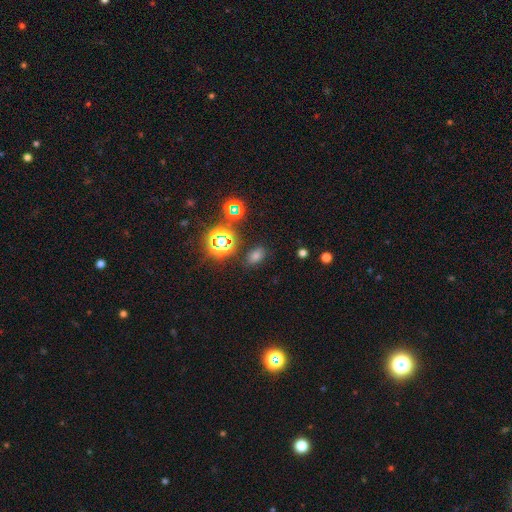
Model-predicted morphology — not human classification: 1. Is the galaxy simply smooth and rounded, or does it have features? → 56% smooth, 36% star or artifact, 8% featured or disk.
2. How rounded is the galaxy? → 74% in between, 24% round, 2% cigar-shaped.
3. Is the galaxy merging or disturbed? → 83% none, 10% minor disturbance, 3% major disturbance, 3% merger.